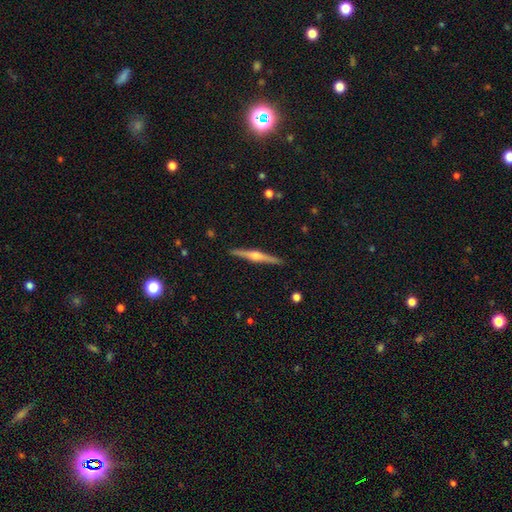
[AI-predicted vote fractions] Smooth or featured? Predicted: featured or disk (p=0.79). Edge-on disk? Predicted: yes (p=0.98). Edge-on bulge? Predicted: rounded (p=0.90). Merging? Predicted: none (p=0.92).